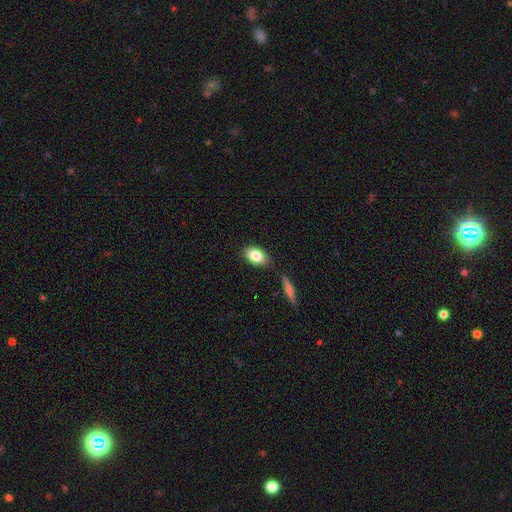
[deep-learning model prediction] This appears to be a smooth galaxy with no disk features (81%) that is in between round and cigar-shaped (86%). Merging: none (81%).